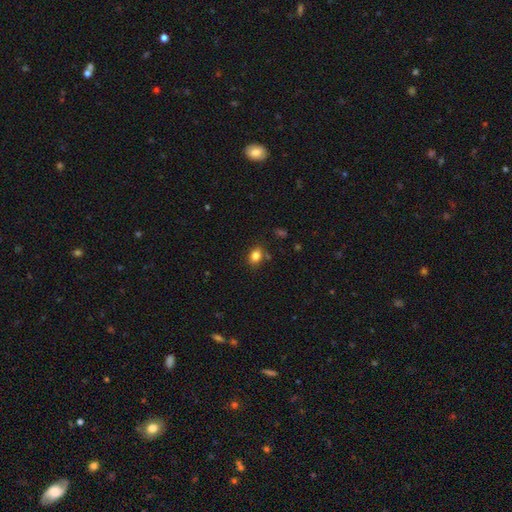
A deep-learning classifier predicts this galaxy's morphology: smooth_or_featured: smooth (p=0.83) [alt: star or artifact p=0.11]
how_rounded: in between (p=0.61) [alt: round p=0.38]
merging: none (p=0.78) [alt: minor disturbance p=0.14]